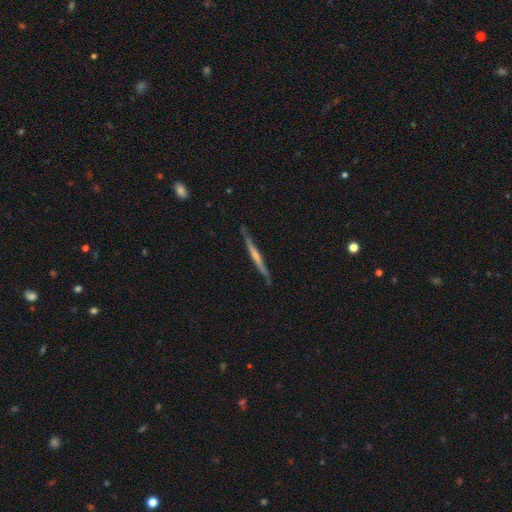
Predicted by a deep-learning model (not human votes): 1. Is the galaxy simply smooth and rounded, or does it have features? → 64% featured or disk, 30% smooth, 6% star or artifact.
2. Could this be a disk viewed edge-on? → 96% yes, 4% no.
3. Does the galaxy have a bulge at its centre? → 49% none, 41% rounded, 11% boxy.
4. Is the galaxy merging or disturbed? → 84% none, 12% minor disturbance, 2% major disturbance, 2% merger.